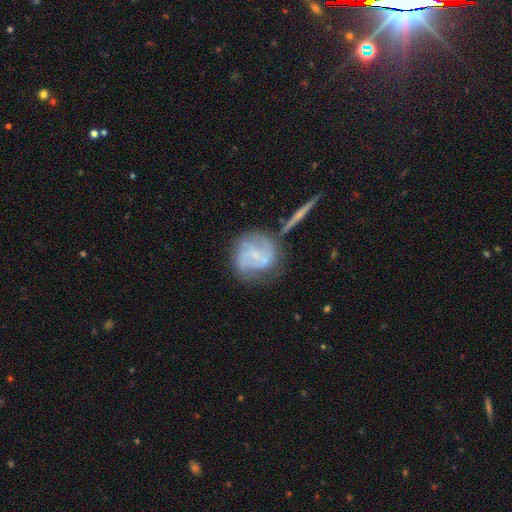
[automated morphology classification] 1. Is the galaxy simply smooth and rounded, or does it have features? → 64% featured or disk, 28% smooth, 8% star or artifact.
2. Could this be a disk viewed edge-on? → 95% no, 5% yes.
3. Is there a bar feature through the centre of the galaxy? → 55% no, 35% weak, 10% strong.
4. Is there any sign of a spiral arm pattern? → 76% yes, 24% no.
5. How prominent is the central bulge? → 53% small, 31% none, 14% moderate, 2% large, 1% dominant.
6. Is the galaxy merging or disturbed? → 53% none, 22% minor disturbance, 13% major disturbance, 12% merger.